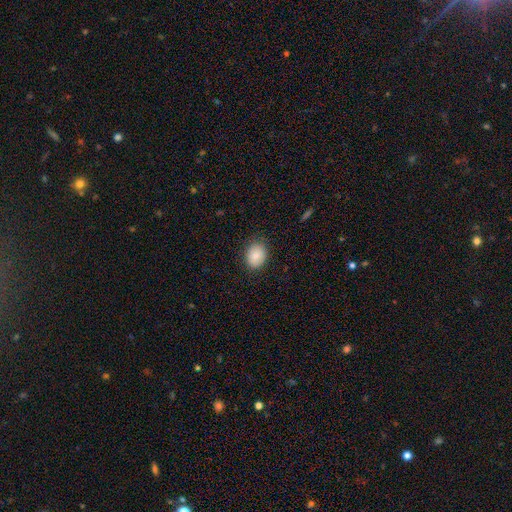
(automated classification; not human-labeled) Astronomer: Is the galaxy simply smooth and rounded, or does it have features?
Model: smooth — 88%.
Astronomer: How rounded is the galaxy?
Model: in between — 64%.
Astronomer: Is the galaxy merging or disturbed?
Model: none — 82%.